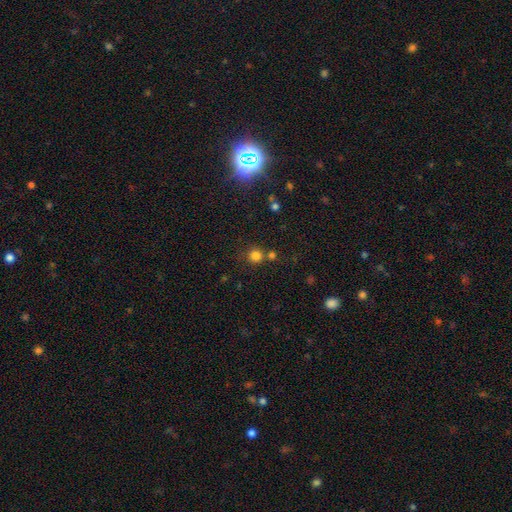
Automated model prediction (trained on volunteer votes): Smooth or featured? smooth (80%)
How rounded? round (92%)
Merging? none (69%)